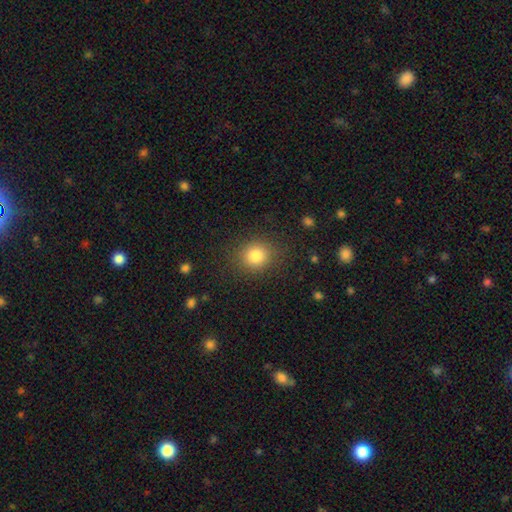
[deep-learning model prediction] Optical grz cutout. It shows a smooth galaxy with no disk features (82%) that is round (80%). Merging: none (86%).